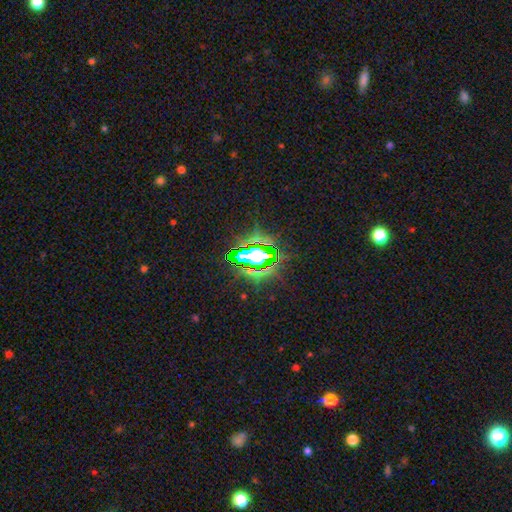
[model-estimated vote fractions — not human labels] Q: Smooth or featured?
A: star or artifact (76%); runner-up: smooth (13%)